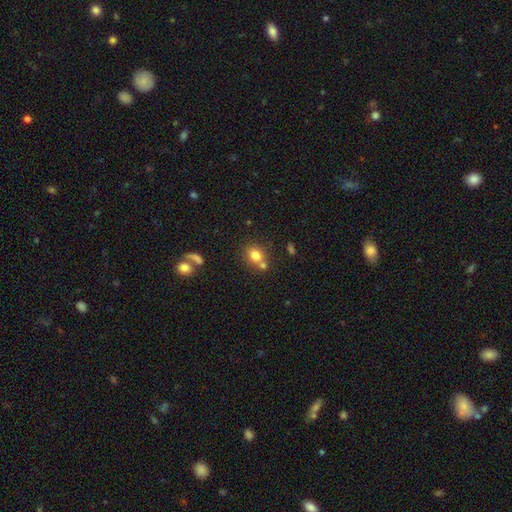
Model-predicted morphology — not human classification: Smooth or featured: smooth — 77% (star or artifact — 12%)
How rounded: round — 63% (in between — 36%)
Merging: none — 54% (merger — 30%)